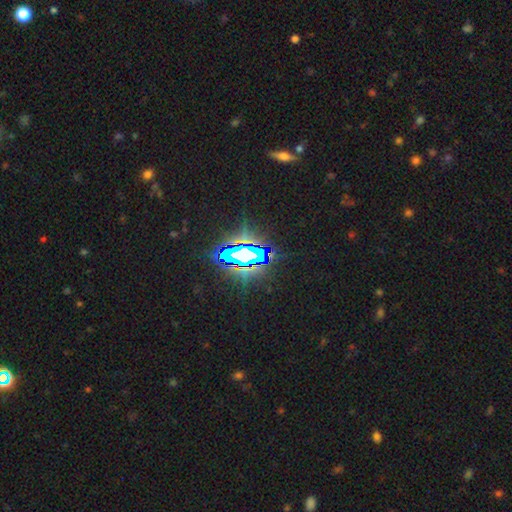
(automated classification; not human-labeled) Smooth or featured? Predicted: star or artifact (p=0.75).